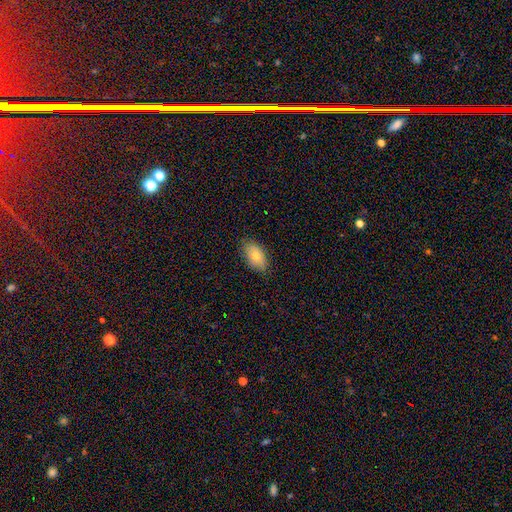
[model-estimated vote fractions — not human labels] Smooth or featured: smooth — 75% (featured or disk — 18%)
How rounded: in between — 91% (round — 6%)
Merging: none — 82% (minor disturbance — 14%)